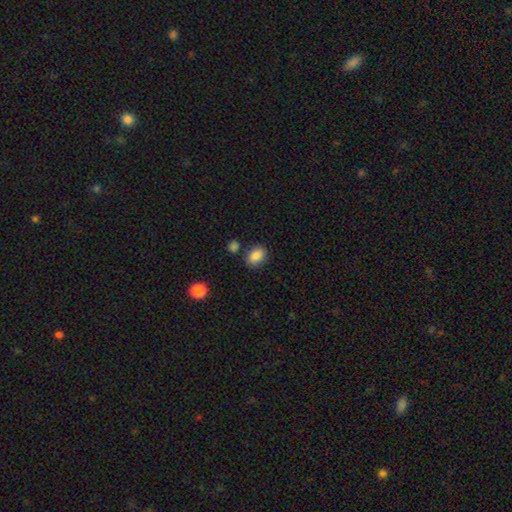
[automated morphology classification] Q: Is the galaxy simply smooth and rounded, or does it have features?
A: smooth — 87%.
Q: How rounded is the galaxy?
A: in between — 76%.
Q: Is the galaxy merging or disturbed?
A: none — 80%.